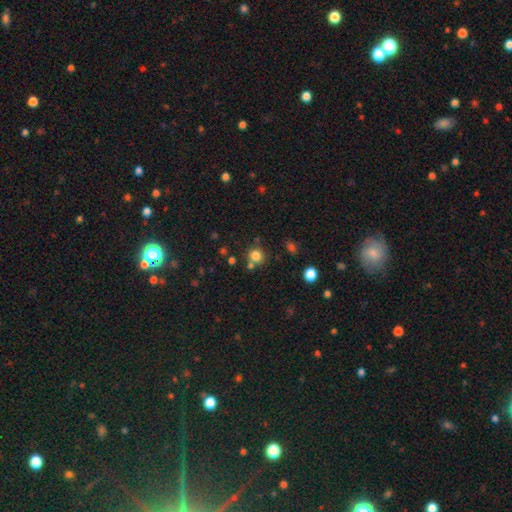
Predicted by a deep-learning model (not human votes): smooth_or_featured: smooth (p=0.80) [alt: star or artifact p=0.14]
how_rounded: round (p=0.89) [alt: in between p=0.10]
merging: none (p=0.71) [alt: merger p=0.16]